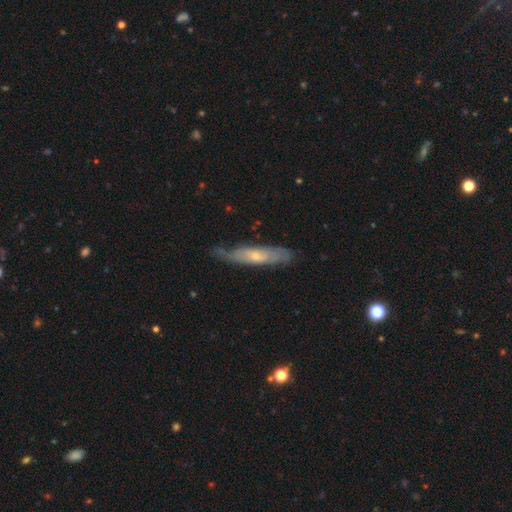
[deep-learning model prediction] Smooth or featured? Predicted: featured or disk (p=0.61). Edge-on disk? Predicted: yes (p=0.51). Merging? Predicted: none (p=0.67).